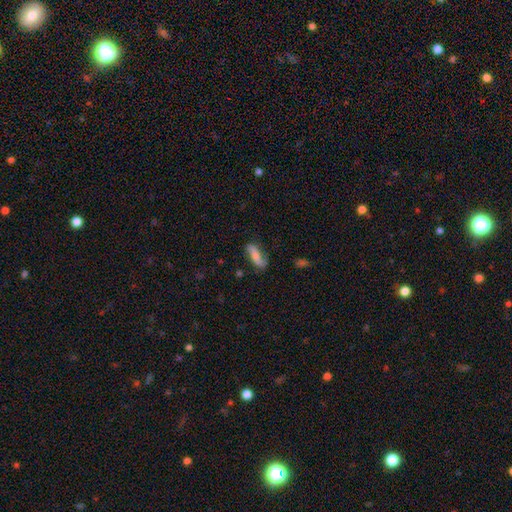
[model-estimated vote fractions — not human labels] A smooth galaxy with no disk features (51%) that is in between round and cigar-shaped (55%). Merging: none (71%).